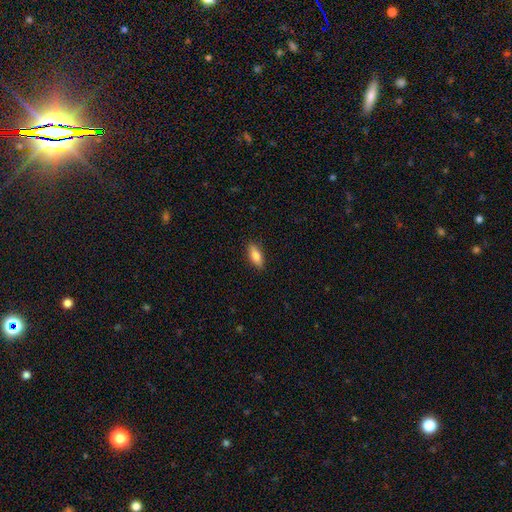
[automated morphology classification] Smooth or featured?
  - smooth: 79% *
  - featured or disk: 15%
  - star or artifact: 6%
How rounded?
  - in between: 73% *
  - cigar-shaped: 24%
  - round: 3%
Merging?
  - none: 87% *
  - minor disturbance: 10%
  - major disturbance: 2%
  - merger: 1%